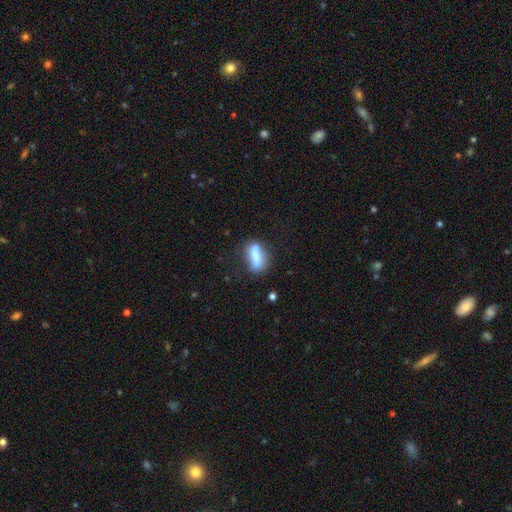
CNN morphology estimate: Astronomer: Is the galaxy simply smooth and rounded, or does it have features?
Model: smooth — 69%.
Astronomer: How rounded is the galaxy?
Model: in between — 54% (runner-up: cigar-shaped, 41%).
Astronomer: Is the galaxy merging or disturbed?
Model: none — 62%.